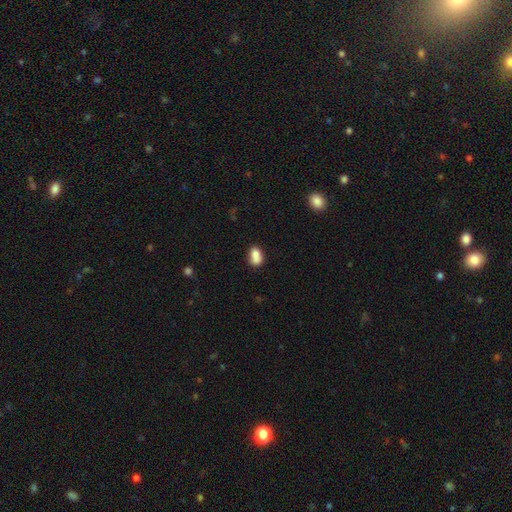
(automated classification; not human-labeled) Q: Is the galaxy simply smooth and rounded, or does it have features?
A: smooth — 79%.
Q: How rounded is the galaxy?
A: in between — 79%.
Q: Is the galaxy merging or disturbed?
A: none — 44%.